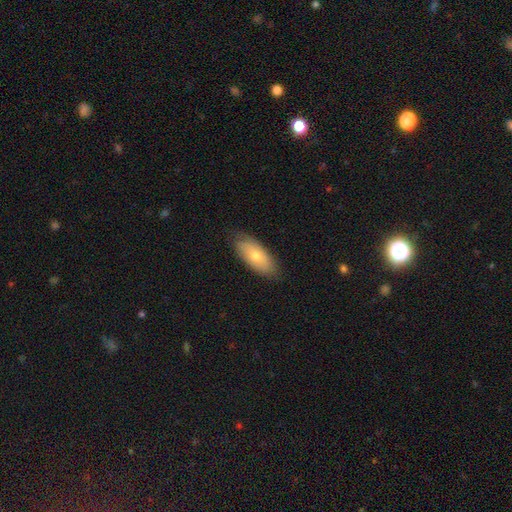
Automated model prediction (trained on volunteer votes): Smooth or featured?
  - smooth: 65% *
  - featured or disk: 29%
  - star or artifact: 6%
How rounded?
  - in between: 84% *
  - cigar-shaped: 14%
  - round: 3%
Merging?
  - none: 82% *
  - minor disturbance: 15%
  - major disturbance: 3%
  - merger: 1%